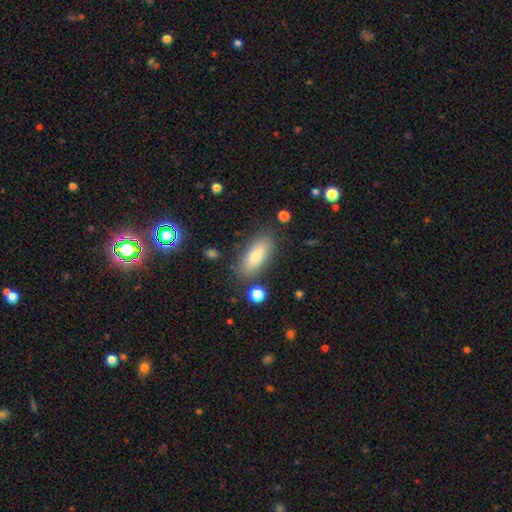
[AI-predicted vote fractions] Smooth or featured? Predicted: smooth (p=0.79). How rounded? Predicted: in between (p=0.77). Merging? Predicted: none (p=0.82).